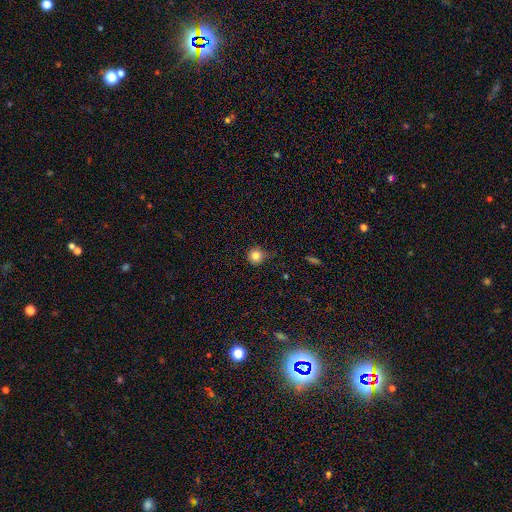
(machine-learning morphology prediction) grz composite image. It shows a smooth galaxy with no disk features (82%) that is round (94%). Merging: none (76%).